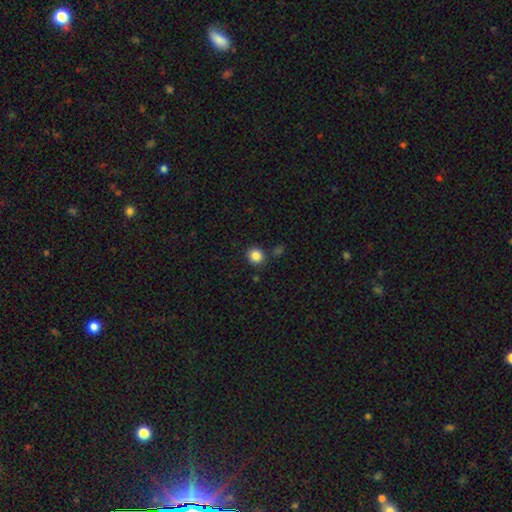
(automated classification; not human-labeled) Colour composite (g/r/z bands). It shows a smooth galaxy with no disk features (85%) that is round (88%). Merging: none (86%).